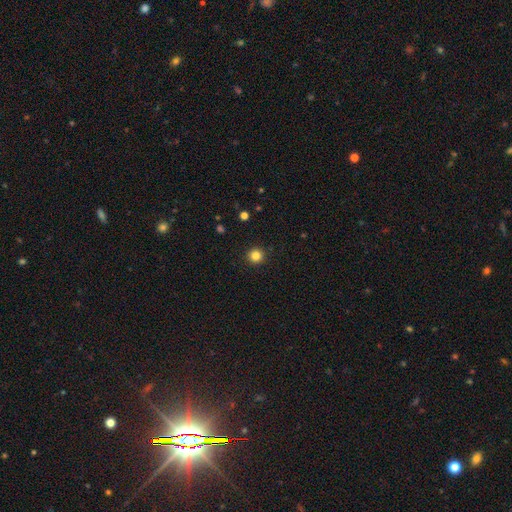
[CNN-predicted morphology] The model was most divided on "smooth or featured": smooth: 83%, star or artifact: 12%, featured or disk: 4%. More confident: how rounded — round (95%); merging — none (93%).